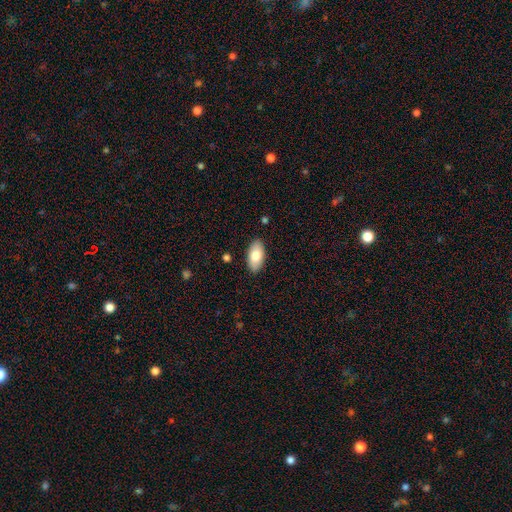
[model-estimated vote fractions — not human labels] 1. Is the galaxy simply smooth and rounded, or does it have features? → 79% smooth, 15% featured or disk, 6% star or artifact.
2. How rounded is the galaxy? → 94% in between, 3% cigar-shaped, 2% round.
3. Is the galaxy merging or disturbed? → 89% none, 8% minor disturbance, 2% major disturbance, 1% merger.